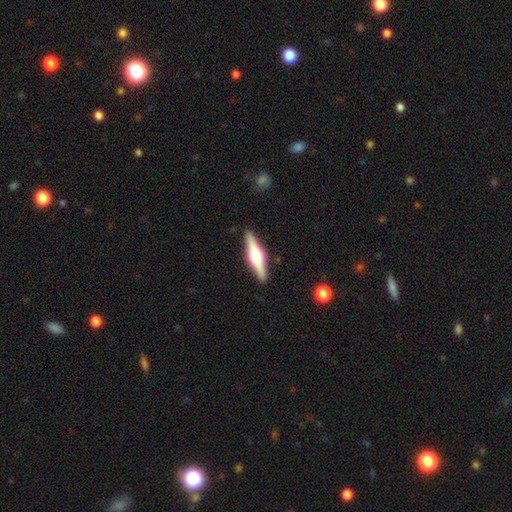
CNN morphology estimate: This is likely a featured or disk galaxy (69%). It is clearly viewed edge-on (97%). Edge-on bulge: clearly rounded (94%). Merging: clearly none (91%).